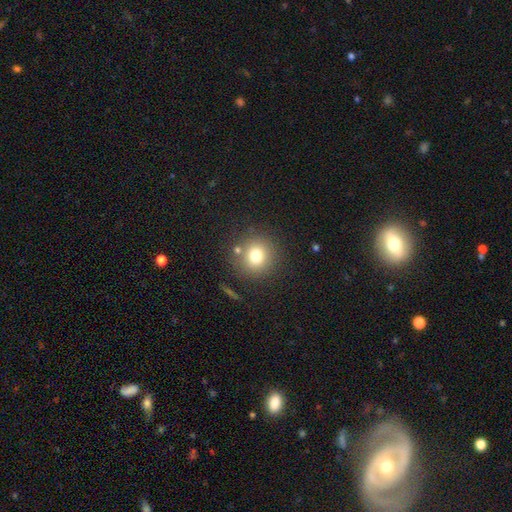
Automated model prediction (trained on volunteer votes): The model was most divided on "smooth or featured": smooth: 75%, star or artifact: 14%, featured or disk: 11%. More confident: how rounded — round (91%); merging — none (80%).